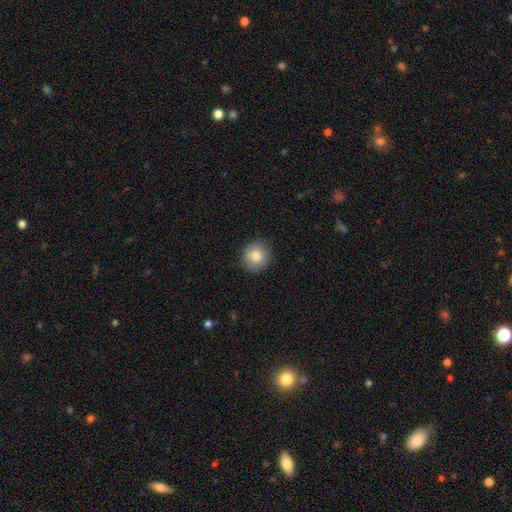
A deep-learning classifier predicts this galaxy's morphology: type=smooth (83%); roundness=round (90%); merging=none (88%).